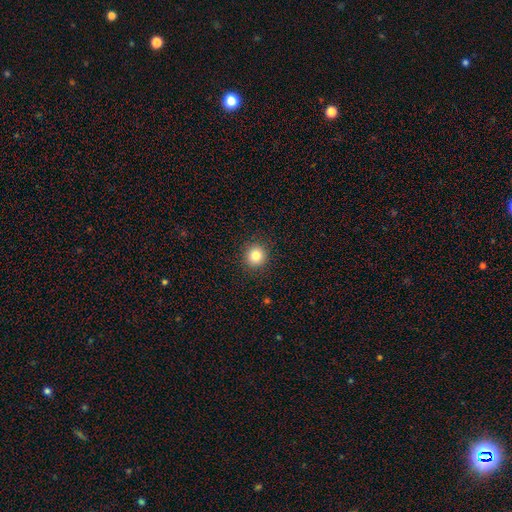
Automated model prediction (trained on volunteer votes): A smooth galaxy with no disk features (83%) that is round (93%).

Vote fractions:
- Smooth or featured? smooth: 83% / star or artifact: 11% / featured or disk: 6%
- How rounded? round: 93% / in between: 6% / cigar-shaped: 1%
- Merging? none: 91% / minor disturbance: 6% / major disturbance: 2% / merger: 1%